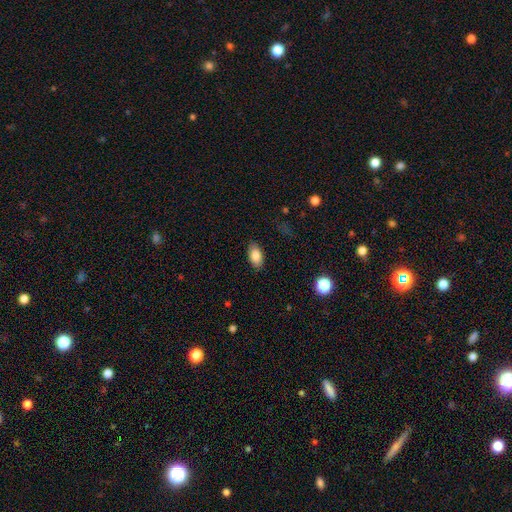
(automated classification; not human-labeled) Morphology: type=smooth (85%); roundness=in between (92%); merging=none (87%).